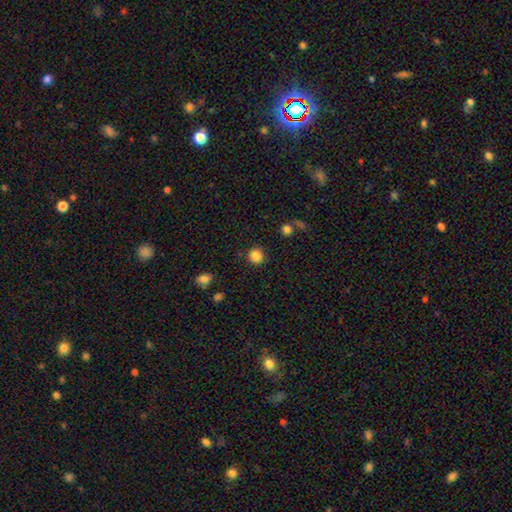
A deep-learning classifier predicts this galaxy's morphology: The model was most divided on "smooth or featured": smooth: 85%, star or artifact: 11%, featured or disk: 4%. More confident: how rounded — round (92%); merging — none (90%).